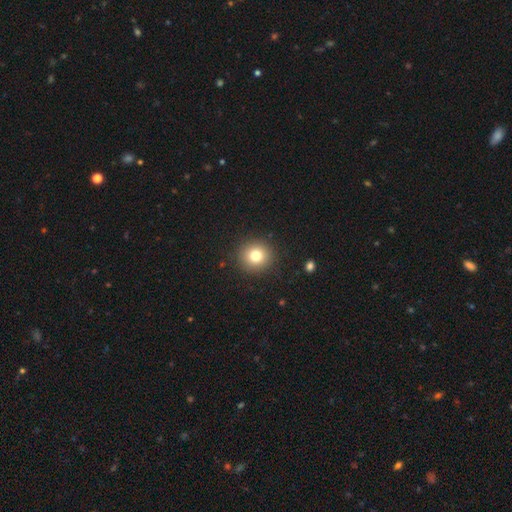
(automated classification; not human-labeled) This is likely a smooth galaxy (79%). How rounded: clearly round (92%). Merging: clearly none (91%).